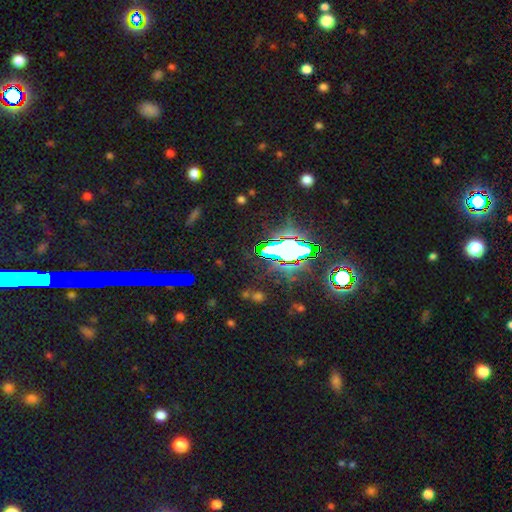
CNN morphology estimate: smooth_or_featured: star or artifact (p=0.78) [alt: smooth p=0.12]